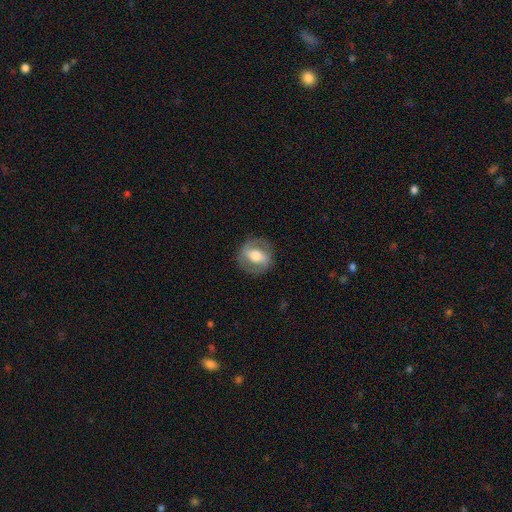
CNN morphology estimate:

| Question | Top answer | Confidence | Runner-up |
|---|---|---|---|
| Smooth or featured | featured or disk | 61% | smooth (33%) |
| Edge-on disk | no | 93% | yes (7%) |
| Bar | strong | 44% | weak (33%) |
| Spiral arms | yes | 55% | no (45%) |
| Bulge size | moderate | 65% | small (17%) |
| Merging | none | 82% | minor disturbance (11%) |